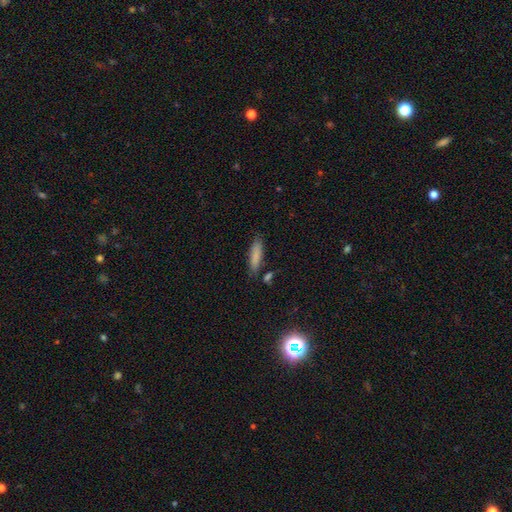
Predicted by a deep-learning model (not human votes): The model was most divided on "how rounded": cigar-shaped: 67%, in between: 31%, round: 2%. More confident: smooth or featured — smooth (83%); merging — none (79%).